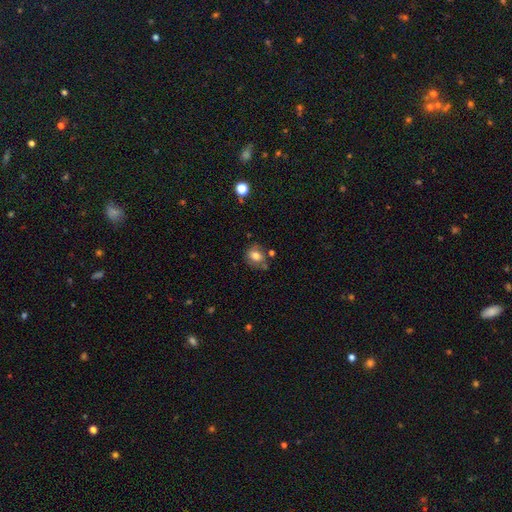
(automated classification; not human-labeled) smooth-or-featured: smooth: 73% | featured or disk: 17% | star or artifact: 10%
  how-rounded: in between: 51% | round: 48% | cigar-shaped: 1%
  merging: none: 63% | minor disturbance: 21% | merger: 9% | major disturbance: 6%